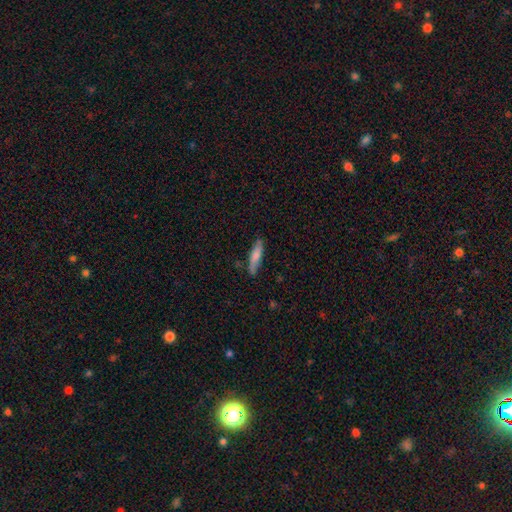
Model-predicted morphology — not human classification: Smooth or featured: smooth — 70% (featured or disk — 24%)
How rounded: cigar-shaped — 80% (in between — 18%)
Merging: none — 77% (minor disturbance — 17%)